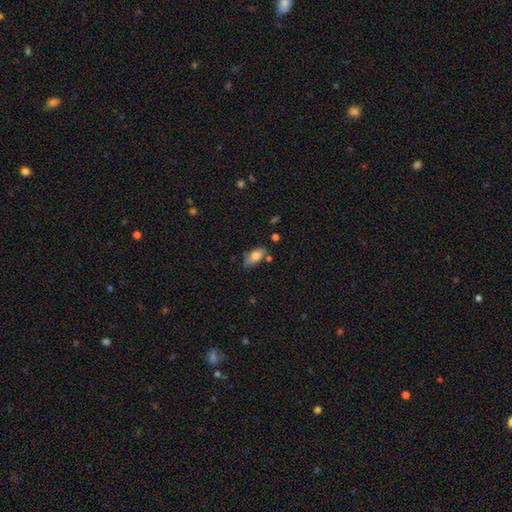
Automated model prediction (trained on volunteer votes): Q: Smooth or featured?
A: smooth (77%); runner-up: featured or disk (16%)
Q: How rounded?
A: in between (88%); runner-up: cigar-shaped (8%)
Q: Merging?
A: none (60%); runner-up: minor disturbance (26%)